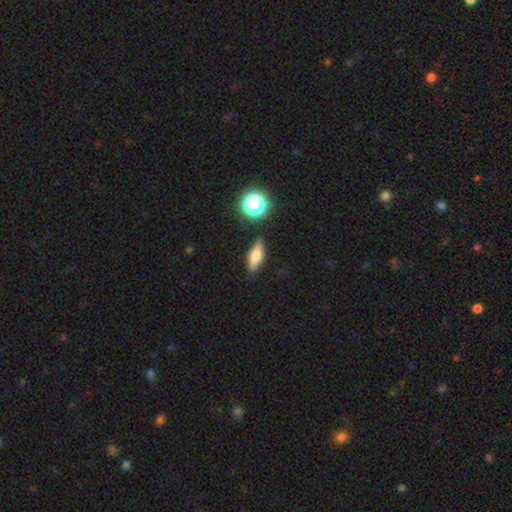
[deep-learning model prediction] Q: Smooth or featured?
A: smooth (57%); runner-up: featured or disk (32%)
Q: How rounded?
A: in between (53%); runner-up: cigar-shaped (39%)
Q: Merging?
A: none (84%); runner-up: minor disturbance (11%)